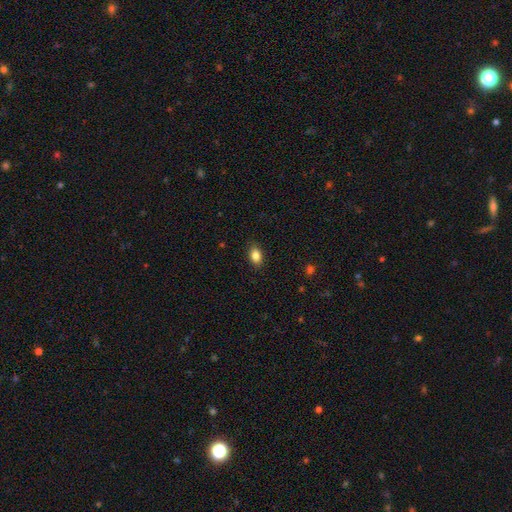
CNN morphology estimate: A smooth galaxy with no disk features (85%) that is in between round and cigar-shaped (83%).

Vote fractions:
- Smooth or featured? smooth: 85% / star or artifact: 9% / featured or disk: 6%
- How rounded? in between: 83% / round: 15% / cigar-shaped: 2%
- Merging? none: 87% / minor disturbance: 10% / major disturbance: 2% / merger: 1%